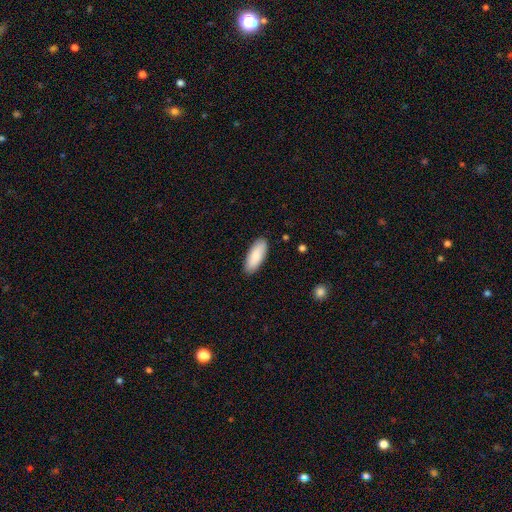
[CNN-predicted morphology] Smooth or featured? Predicted: smooth (p=0.87). How rounded? Predicted: in between (p=0.76). Merging? Predicted: none (p=0.89).